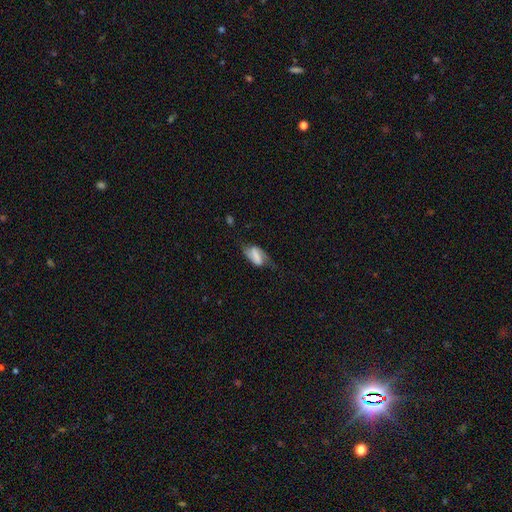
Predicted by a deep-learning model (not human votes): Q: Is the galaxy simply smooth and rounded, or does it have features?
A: featured or disk — 60%.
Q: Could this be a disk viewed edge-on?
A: no — 94%.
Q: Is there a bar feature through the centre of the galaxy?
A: strong — 56%.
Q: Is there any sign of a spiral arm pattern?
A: yes — 85%.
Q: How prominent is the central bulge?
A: none — 48%.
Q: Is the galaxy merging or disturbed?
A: none — 53%.